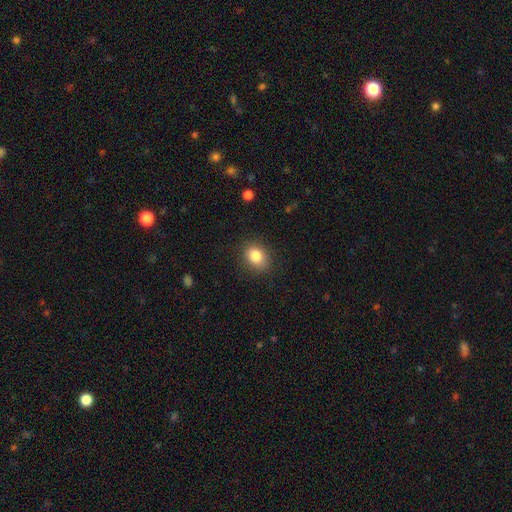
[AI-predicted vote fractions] A smooth galaxy with no disk features (83%) that is round (53%).

Vote fractions:
- Smooth or featured? smooth: 83% / star or artifact: 10% / featured or disk: 7%
- How rounded? round: 53% / in between: 46% / cigar-shaped: 1%
- Merging? none: 85% / minor disturbance: 11% / major disturbance: 3% / merger: 1%